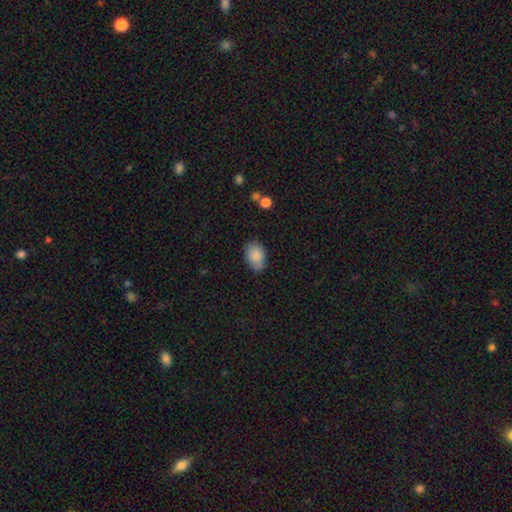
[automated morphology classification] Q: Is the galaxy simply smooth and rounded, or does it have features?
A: smooth — 86%.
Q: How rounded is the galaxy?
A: in between — 85%.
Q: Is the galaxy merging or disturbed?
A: none — 77%.